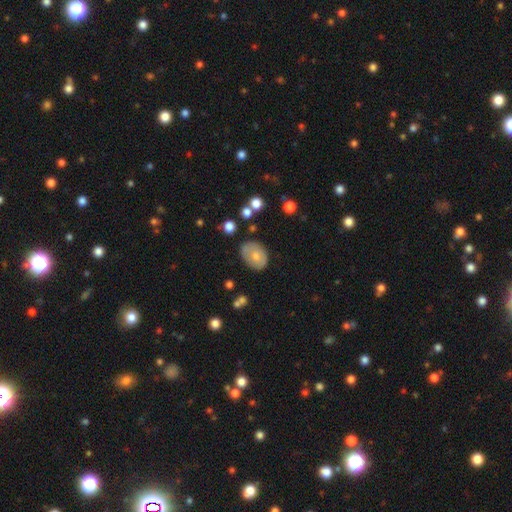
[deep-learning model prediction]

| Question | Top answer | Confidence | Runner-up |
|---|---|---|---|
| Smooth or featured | smooth | 64% | featured or disk (28%) |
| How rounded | in between | 70% | round (29%) |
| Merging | none | 73% | minor disturbance (20%) |